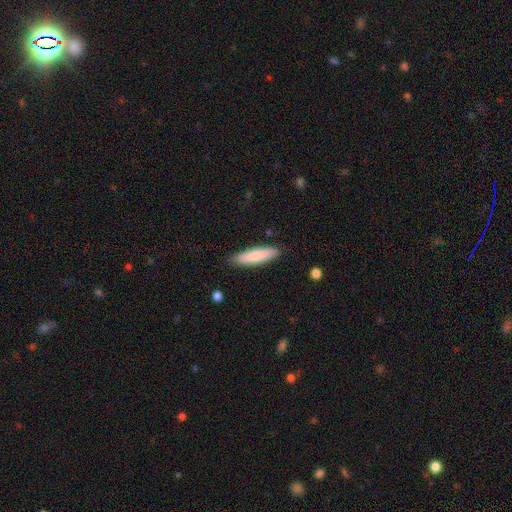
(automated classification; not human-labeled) This appears to be a smooth galaxy with no disk features (80%) that is cigar-shaped (68%). Merging: none (87%).